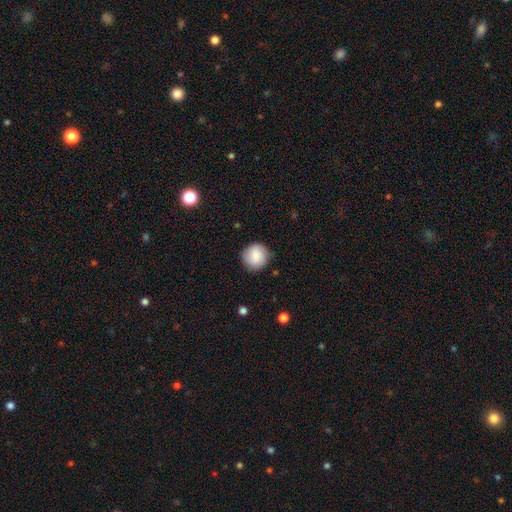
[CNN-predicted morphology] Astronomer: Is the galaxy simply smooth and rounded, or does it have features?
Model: smooth — 85%.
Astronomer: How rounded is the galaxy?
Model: round — 94%.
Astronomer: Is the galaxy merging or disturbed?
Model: none — 87%.